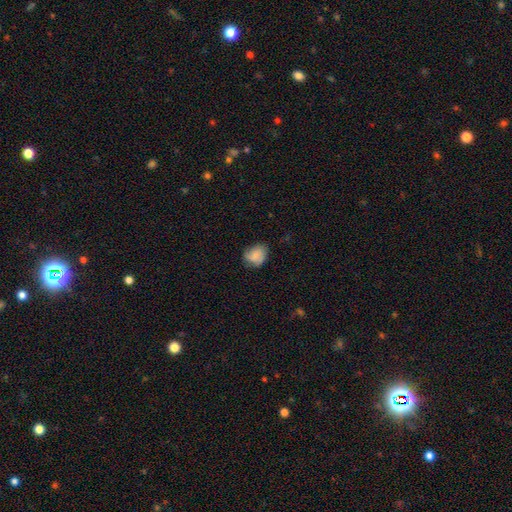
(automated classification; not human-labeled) This appears to be a smooth galaxy with no disk features (72%) that is round (55%). Merging: none (60%).